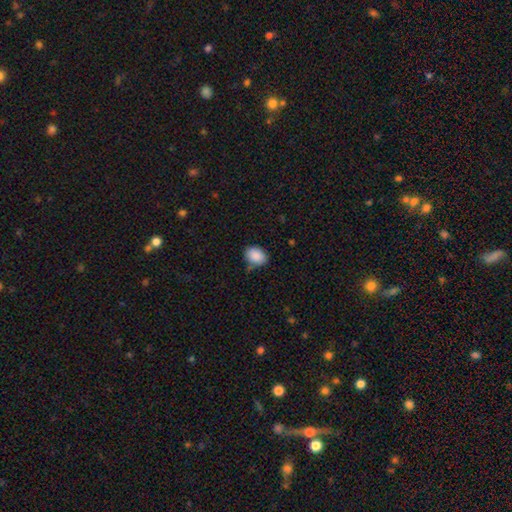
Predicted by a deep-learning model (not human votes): Smooth or featured?
  - smooth: 89% *
  - star or artifact: 7%
  - featured or disk: 3%
How rounded?
  - in between: 69% *
  - round: 30%
  - cigar-shaped: 1%
Merging?
  - none: 79% *
  - minor disturbance: 15%
  - major disturbance: 3%
  - merger: 3%